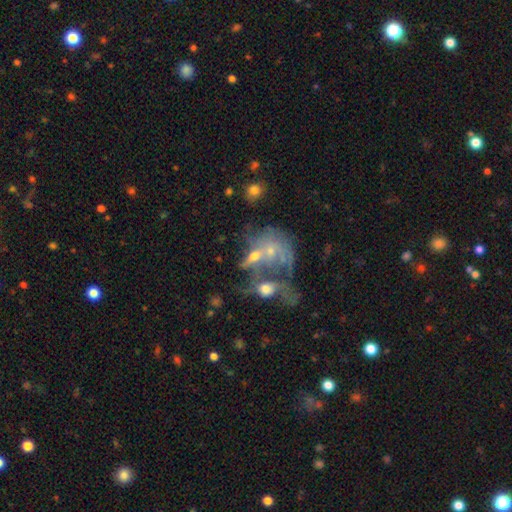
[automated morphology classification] type=featured or disk (56%); edge-on=no (94%); bar=no (78%); spiral arms=yes (51%); bulge=small (49%); merging=merger (59%).